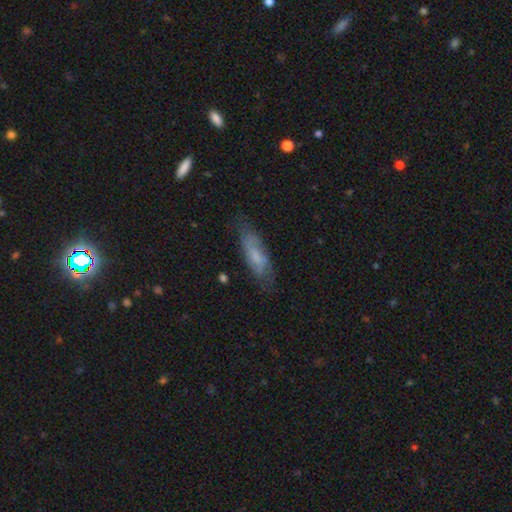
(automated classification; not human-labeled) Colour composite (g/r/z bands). It shows a smooth galaxy with no disk features (50%). Merging: none (69%).